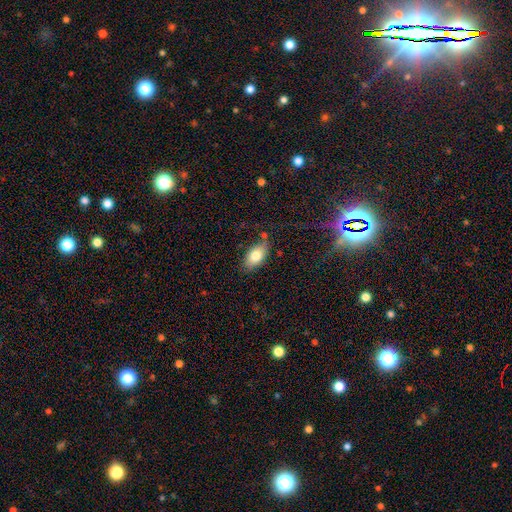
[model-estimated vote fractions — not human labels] The model was most divided on "merging": none: 73%, minor disturbance: 18%, major disturbance: 4%, merger: 4%. More confident: how rounded — in between (91%); smooth or featured — smooth (78%).